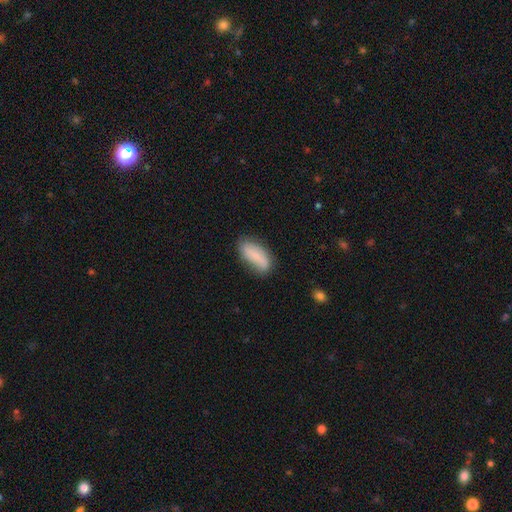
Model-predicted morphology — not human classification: smooth_or_featured: smooth (p=0.70) [alt: featured or disk p=0.23]
how_rounded: in between (p=0.84) [alt: cigar-shaped p=0.13]
merging: none (p=0.68) [alt: minor disturbance p=0.24]